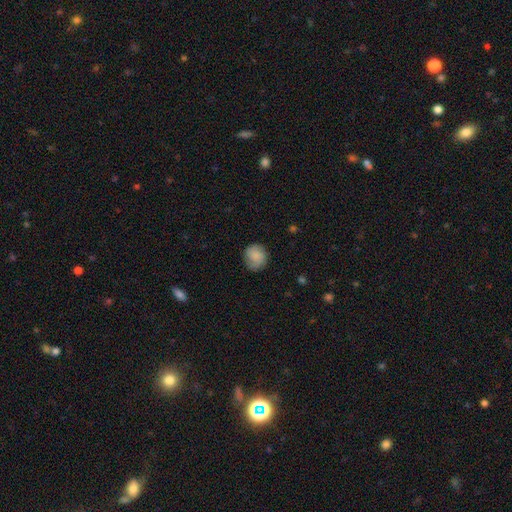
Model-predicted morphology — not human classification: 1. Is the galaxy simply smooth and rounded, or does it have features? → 82% smooth, 10% featured or disk, 7% star or artifact.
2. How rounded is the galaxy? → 81% round, 18% in between, 1% cigar-shaped.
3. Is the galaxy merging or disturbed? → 77% none, 18% minor disturbance, 5% major disturbance, 1% merger.